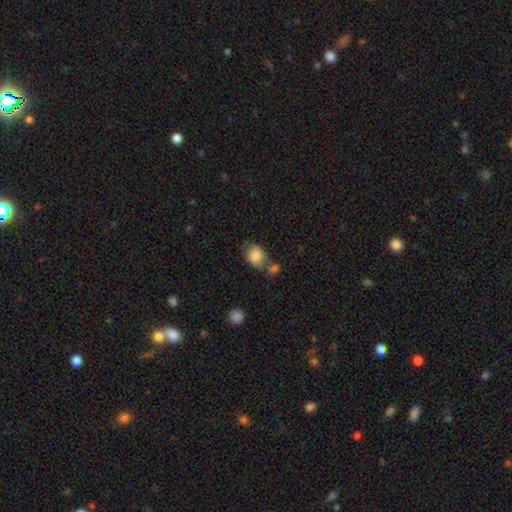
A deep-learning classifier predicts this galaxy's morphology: Overall: smooth (81%). How rounded: in between (61%; round 38%). Merging: none (46%; merger 23%).